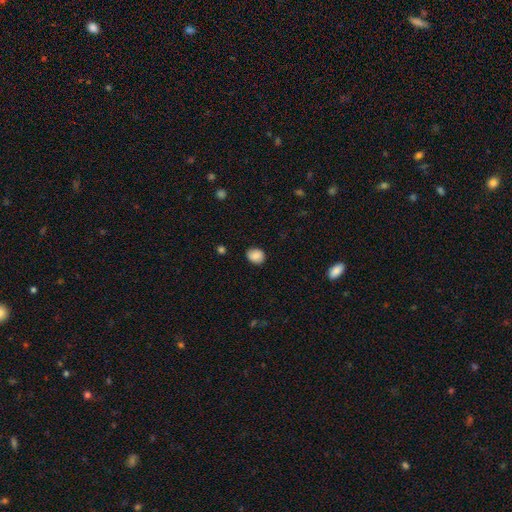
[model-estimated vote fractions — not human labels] Morphology: type=smooth (85%); roundness=round (56%); merging=none (84%).